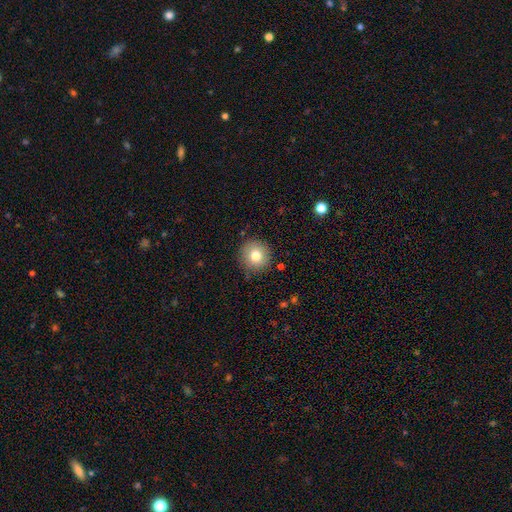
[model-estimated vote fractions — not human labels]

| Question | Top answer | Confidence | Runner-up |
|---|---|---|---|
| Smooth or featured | smooth | 78% | featured or disk (12%) |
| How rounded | round | 95% | in between (4%) |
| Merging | none | 88% | minor disturbance (8%) |